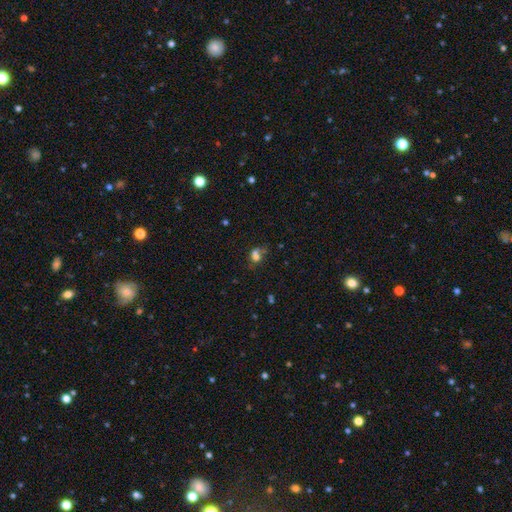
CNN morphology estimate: Smooth or featured?
  - smooth: 62% *
  - star or artifact: 22%
  - featured or disk: 15%
How rounded?
  - in between: 49% *
  - round: 48%
  - cigar-shaped: 2%
Merging?
  - none: 37% *
  - merger: 35%
  - minor disturbance: 16%
  - major disturbance: 13%